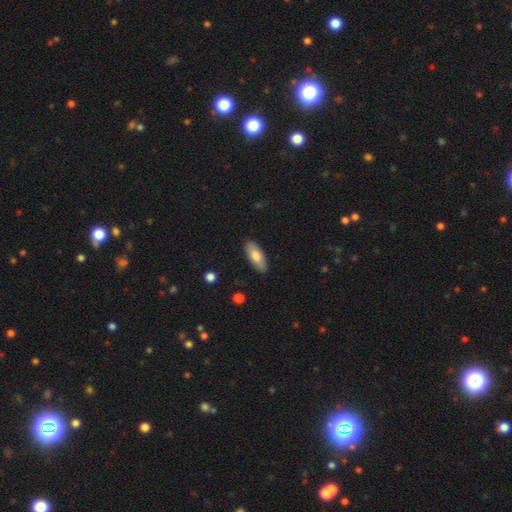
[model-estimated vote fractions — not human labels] This is likely a smooth galaxy (78%). How rounded: clearly in between (81%). Merging: clearly none (88%).